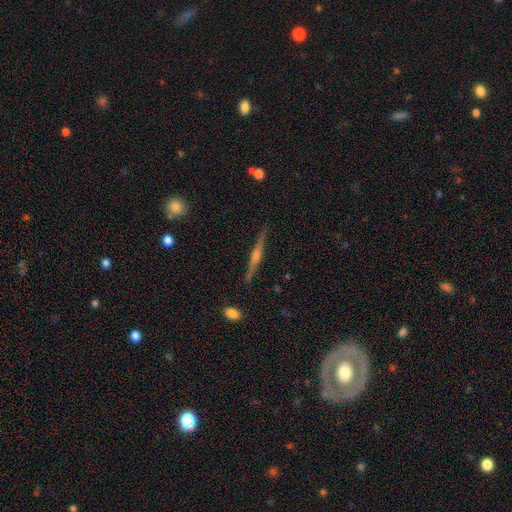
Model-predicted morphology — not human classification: The model was most divided on "smooth or featured": featured or disk: 77%, smooth: 16%, star or artifact: 7%. More confident: edge-on disk — yes (98%); merging — none (90%); edge-on bulge — rounded (80%).